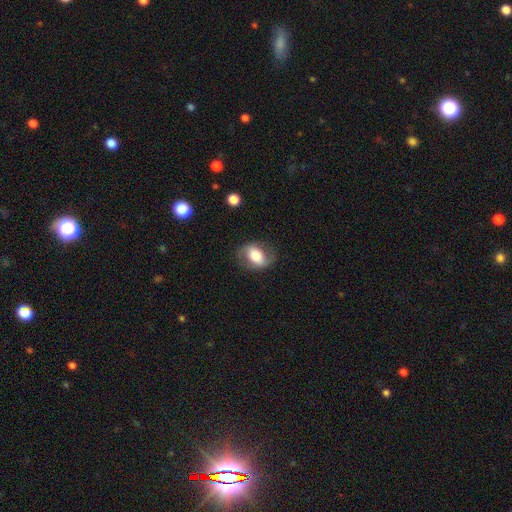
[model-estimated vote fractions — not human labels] Smooth or featured: smooth — 58% (featured or disk — 35%)
How rounded: in between — 76% (round — 22%)
Merging: none — 73% (minor disturbance — 17%)